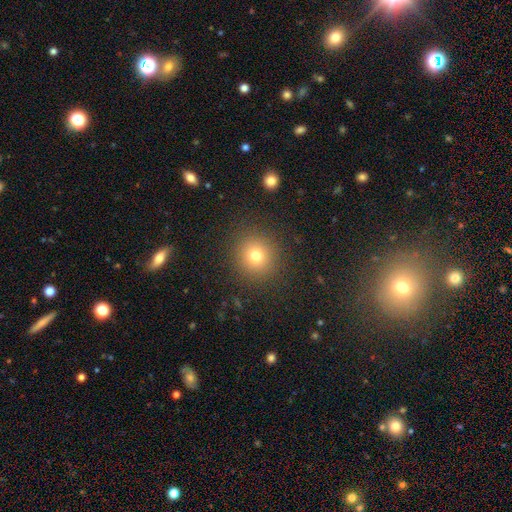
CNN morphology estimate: A smooth galaxy with no disk features (76%) that is round (91%). Merging: none (90%).